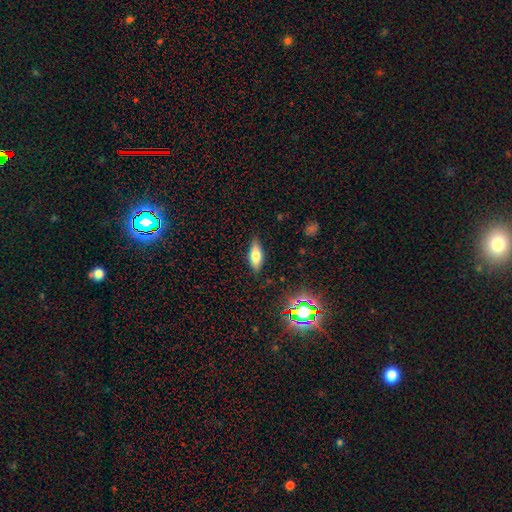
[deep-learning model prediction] A smooth galaxy with no disk features (67%) that is in between round and cigar-shaped (67%).

Vote fractions:
- Smooth or featured? smooth: 67% / featured or disk: 23% / star or artifact: 10%
- How rounded? in between: 67% / cigar-shaped: 30% / round: 3%
- Merging? none: 84% / minor disturbance: 12% / major disturbance: 3% / merger: 1%